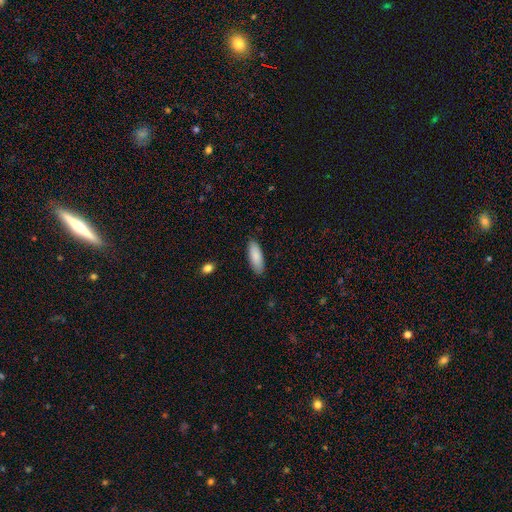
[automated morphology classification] Overall: smooth (88%). How rounded: in between (70%). Merging: none (88%).